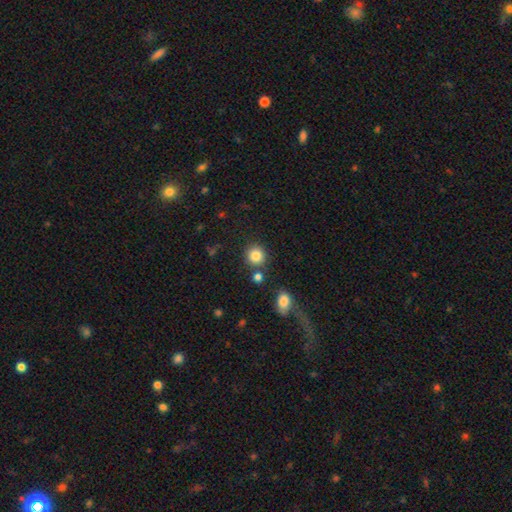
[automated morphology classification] Overall: smooth (85%). How rounded: round (89%). Merging: none (80%).